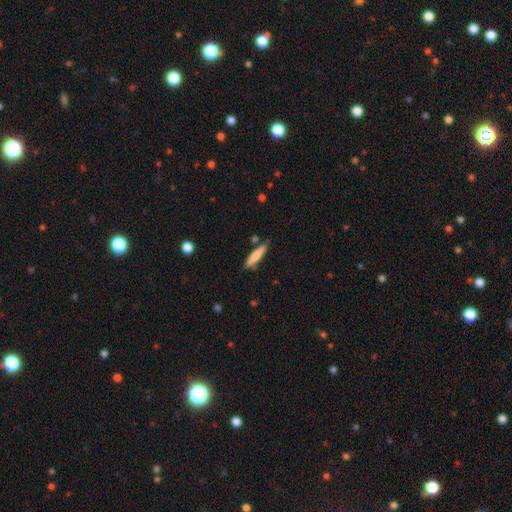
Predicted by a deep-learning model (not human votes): Smooth or featured? smooth (69%)
How rounded? cigar-shaped (83%)
Merging? none (80%)